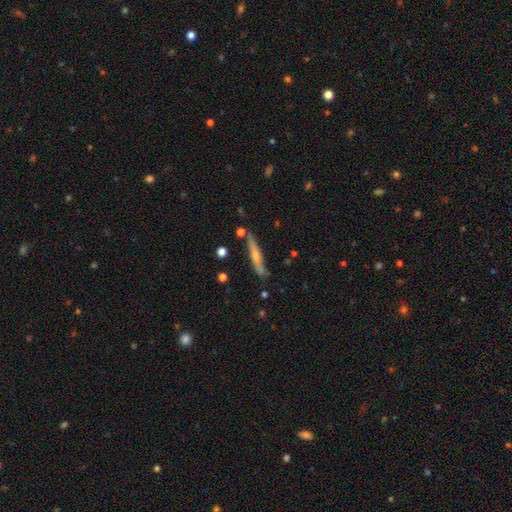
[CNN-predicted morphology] Smooth or featured: featured or disk — 51% (smooth — 42%)
Edge-on disk: yes — 93% (no — 7%)
Merging: none — 80% (minor disturbance — 13%)